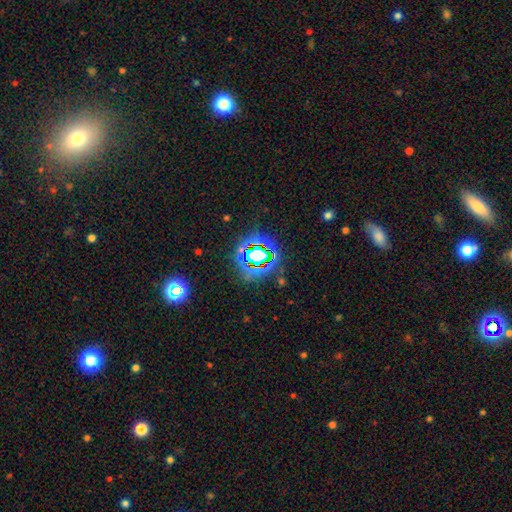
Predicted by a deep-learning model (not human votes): Overall: star or artifact (72%).